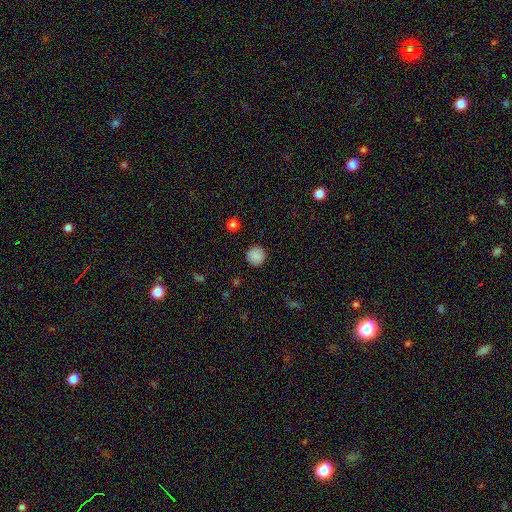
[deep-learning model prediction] Morphology: type=smooth (87%); roundness=round (94%); merging=none (90%).